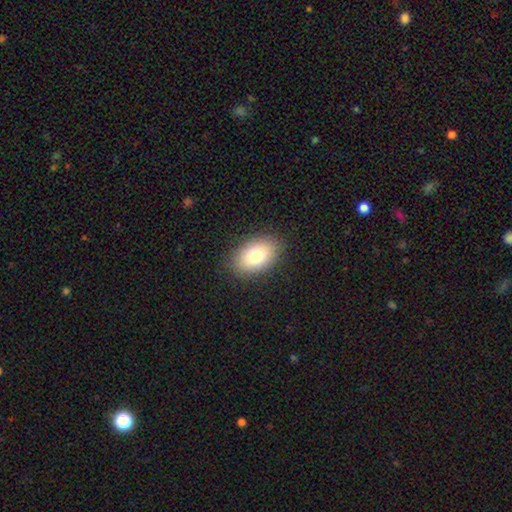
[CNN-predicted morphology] smooth 79%, featured or disk 12%, star or artifact 9%. Down the decision tree: how rounded — in between (88%); merging — none (87%).